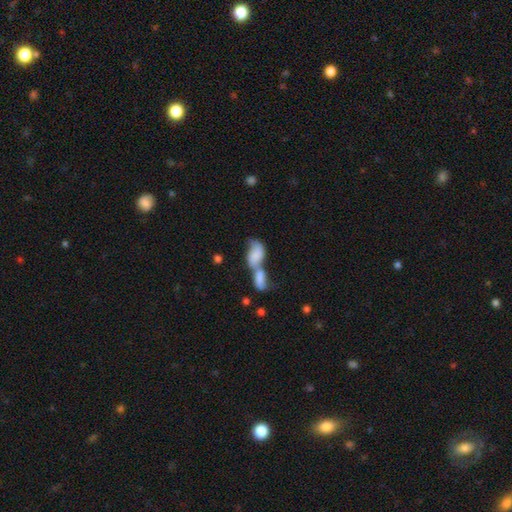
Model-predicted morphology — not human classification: Smooth or featured? smooth (64%)
How rounded? in between (85%)
Merging? merger (79%)